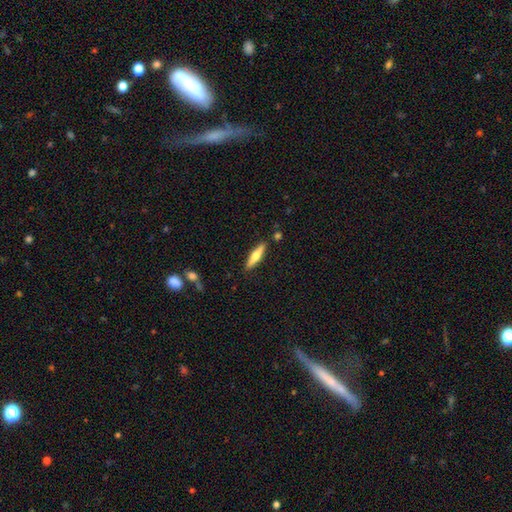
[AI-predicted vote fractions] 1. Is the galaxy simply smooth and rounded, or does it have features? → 48% smooth, 47% featured or disk, 5% star or artifact.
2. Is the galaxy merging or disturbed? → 88% none, 8% minor disturbance, 2% merger, 2% major disturbance.